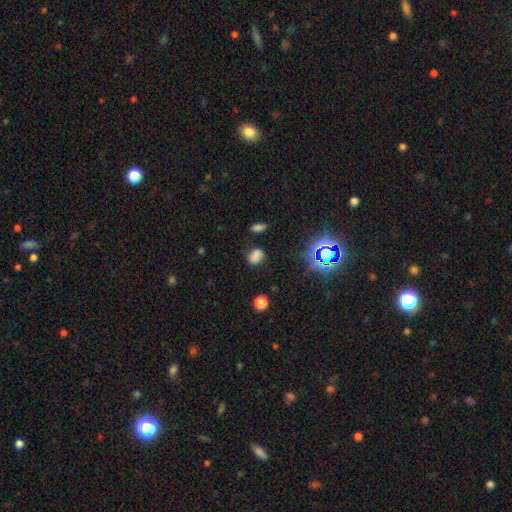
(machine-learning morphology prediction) The model was most divided on "how rounded": in between: 60%, round: 39%, cigar-shaped: 1%. More confident: merging — none (75%); smooth or featured — smooth (73%).